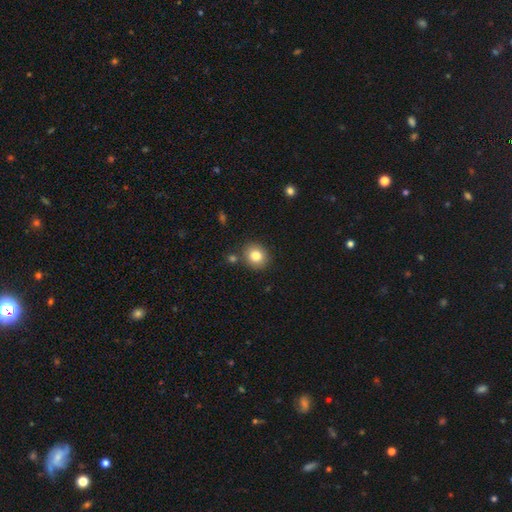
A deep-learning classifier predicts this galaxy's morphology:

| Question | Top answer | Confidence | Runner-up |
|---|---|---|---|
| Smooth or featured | smooth | 81% | star or artifact (10%) |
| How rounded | round | 75% | in between (25%) |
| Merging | none | 82% | minor disturbance (9%) |